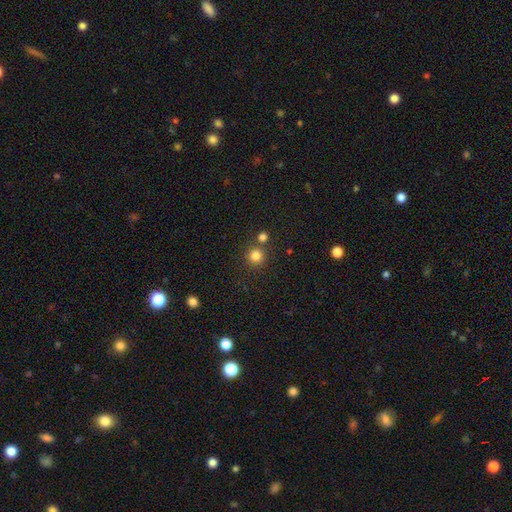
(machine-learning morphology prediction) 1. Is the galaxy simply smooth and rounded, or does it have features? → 82% smooth, 14% star or artifact, 5% featured or disk.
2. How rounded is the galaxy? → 93% round, 6% in between, 1% cigar-shaped.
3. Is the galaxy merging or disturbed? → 76% none, 14% merger, 7% minor disturbance, 3% major disturbance.